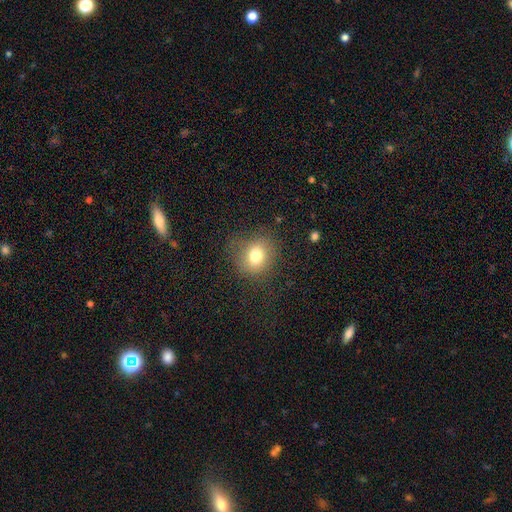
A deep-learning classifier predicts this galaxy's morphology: Smooth or featured? smooth (78%)
How rounded? round (74%)
Merging? none (78%)